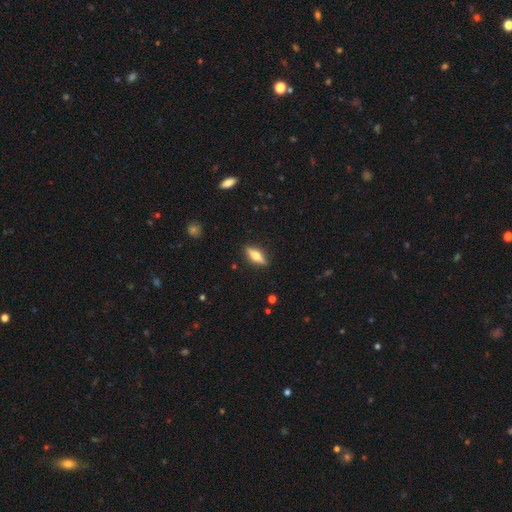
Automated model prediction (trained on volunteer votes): This is possibly a smooth galaxy (49%). Merging: clearly none (88%).